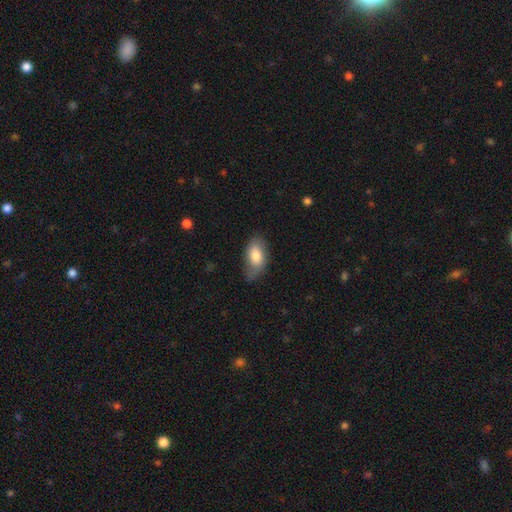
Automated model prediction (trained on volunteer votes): The model was most divided on "merging": none: 63%, minor disturbance: 28%, major disturbance: 8%, merger: 2%. More confident: how rounded — in between (92%); smooth or featured — smooth (78%).